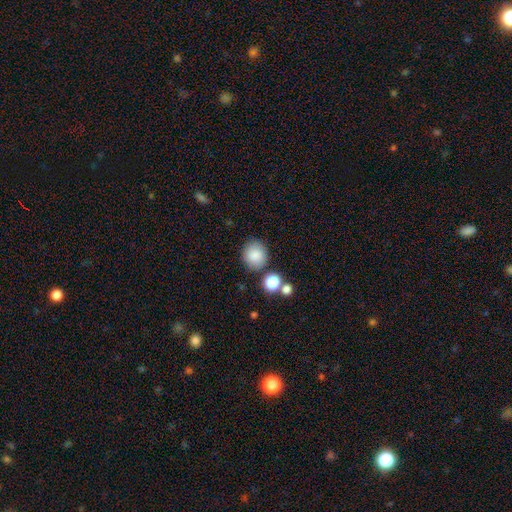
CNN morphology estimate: smooth 84%, star or artifact 9%, featured or disk 7%. Down the decision tree: how rounded — round (81%); merging — none (78%).